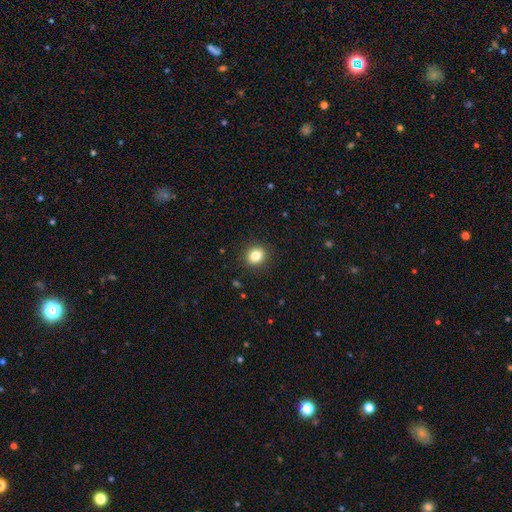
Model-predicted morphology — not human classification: smooth-or-featured: smooth: 84% | star or artifact: 10% | featured or disk: 6%
  how-rounded: round: 64% | in between: 35% | cigar-shaped: 1%
  merging: none: 90% | minor disturbance: 7% | major disturbance: 2% | merger: 1%